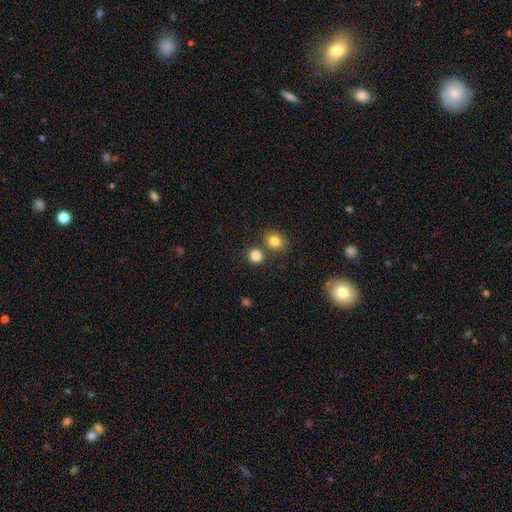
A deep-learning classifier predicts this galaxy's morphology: smooth-or-featured: smooth: 83% | star or artifact: 11% | featured or disk: 5%
  how-rounded: round: 85% | in between: 14% | cigar-shaped: 1%
  merging: none: 71% | merger: 19% | minor disturbance: 8% | major disturbance: 3%